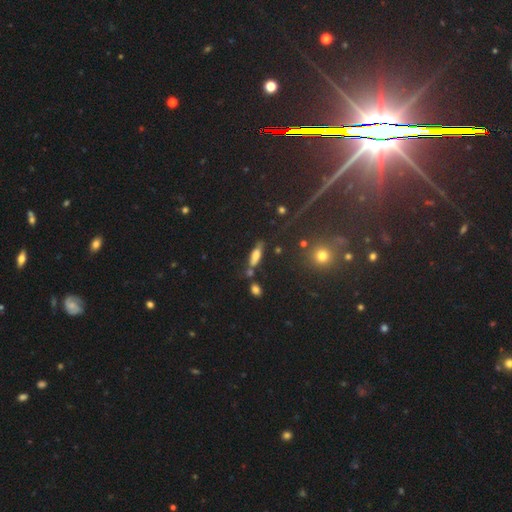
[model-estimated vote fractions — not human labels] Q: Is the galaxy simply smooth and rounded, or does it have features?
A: smooth — 63%.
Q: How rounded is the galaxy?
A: cigar-shaped — 53%.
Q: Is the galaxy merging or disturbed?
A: none — 66%.